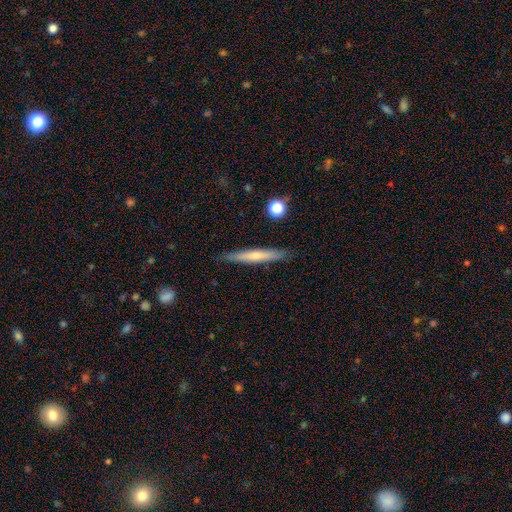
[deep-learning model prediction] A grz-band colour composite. It shows a smooth galaxy with no disk features (54%) that is cigar-shaped (94%). Merging: none (87%).